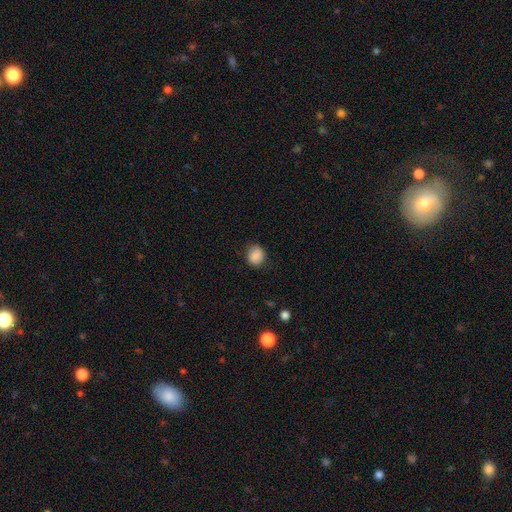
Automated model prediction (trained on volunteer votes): Q: Smooth or featured?
A: smooth (88%); runner-up: star or artifact (9%)
Q: How rounded?
A: round (66%); runner-up: in between (33%)
Q: Merging?
A: none (80%); runner-up: minor disturbance (15%)